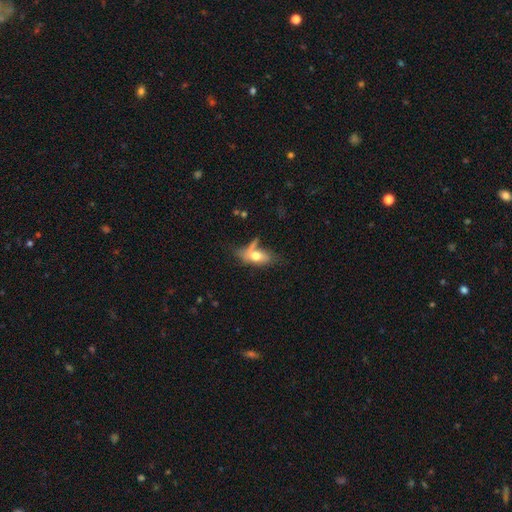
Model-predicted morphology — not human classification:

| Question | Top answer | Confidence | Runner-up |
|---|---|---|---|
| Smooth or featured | smooth | 62% | featured or disk (29%) |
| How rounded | in between | 80% | cigar-shaped (13%) |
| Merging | none | 37% | minor disturbance (22%) |